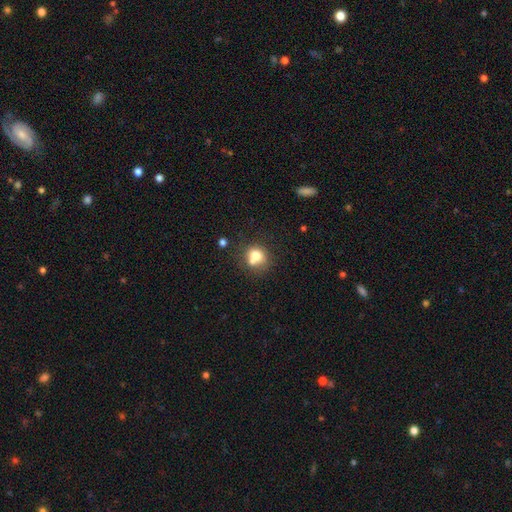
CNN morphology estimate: Q: Smooth or featured?
A: smooth (73%); runner-up: featured or disk (15%)
Q: How rounded?
A: round (80%); runner-up: in between (20%)
Q: Merging?
A: none (50%); runner-up: merger (33%)